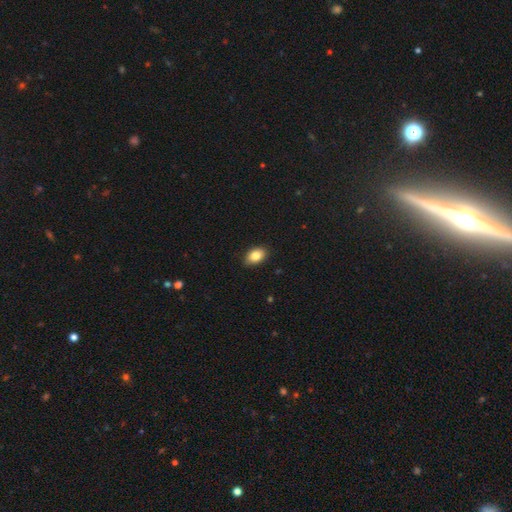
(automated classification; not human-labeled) This is clearly a smooth galaxy (84%). How rounded: clearly in between (85%). Merging: clearly none (87%).